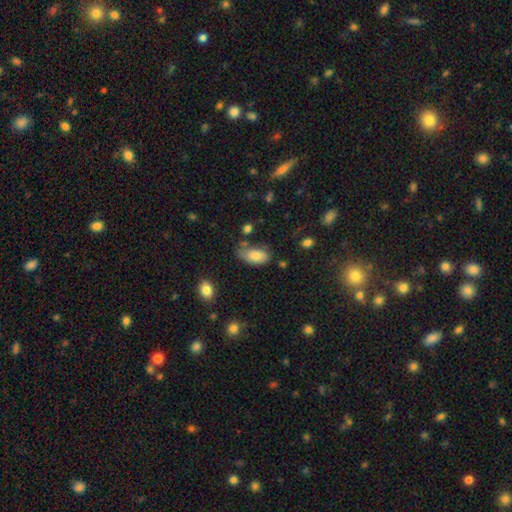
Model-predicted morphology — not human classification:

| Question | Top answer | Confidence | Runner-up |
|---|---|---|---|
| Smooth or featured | smooth | 81% | featured or disk (11%) |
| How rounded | in between | 94% | round (3%) |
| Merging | none | 49% | minor disturbance (33%) |